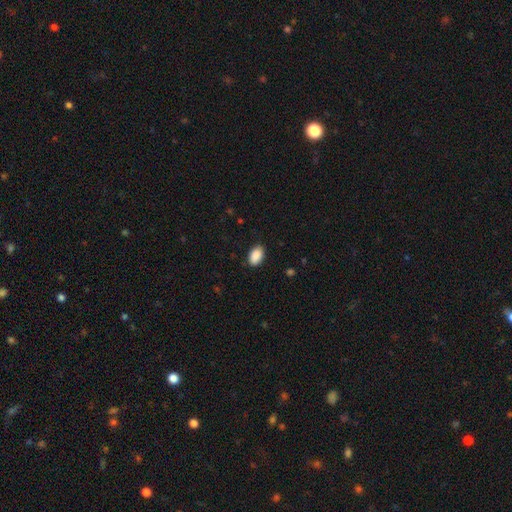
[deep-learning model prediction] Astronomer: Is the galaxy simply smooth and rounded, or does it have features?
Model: smooth — 90%.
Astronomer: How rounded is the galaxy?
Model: in between — 91%.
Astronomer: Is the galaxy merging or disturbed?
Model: none — 87%.